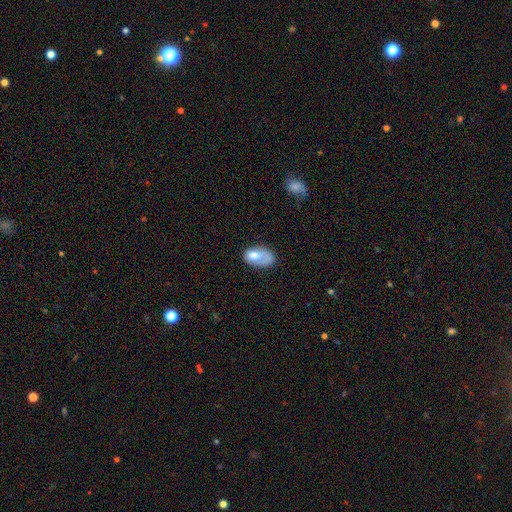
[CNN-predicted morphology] This is likely a smooth galaxy (73%). How rounded: clearly in between (92%). Merging: marginally none (37%).